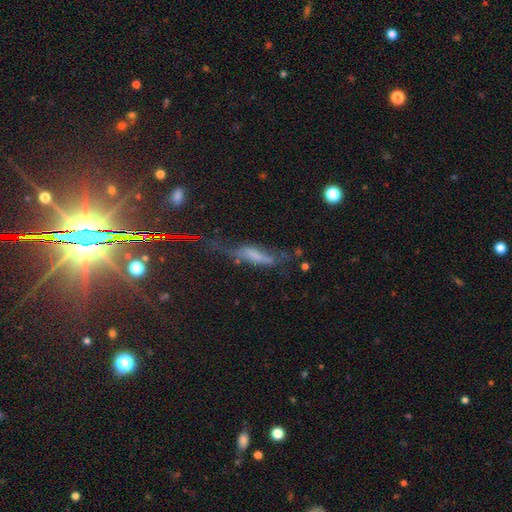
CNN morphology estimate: A smooth galaxy with no disk features (46%).

Vote fractions:
- Smooth or featured? smooth: 46% / featured or disk: 39% / star or artifact: 15%
- Merging? major disturbance: 33% / none: 32% / minor disturbance: 27% / merger: 7%